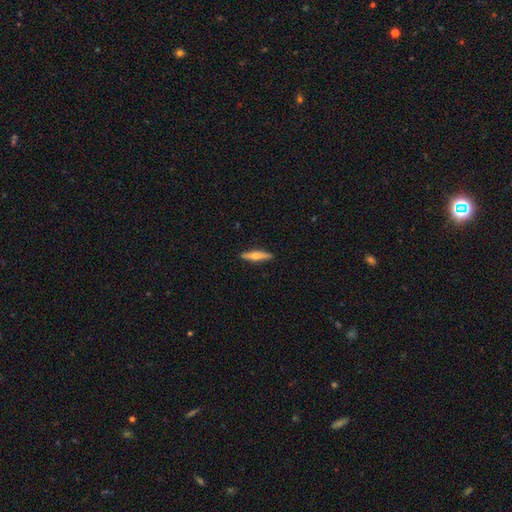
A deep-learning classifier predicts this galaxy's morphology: type=smooth (50%); roundness=cigar-shaped (83%); merging=none (91%).